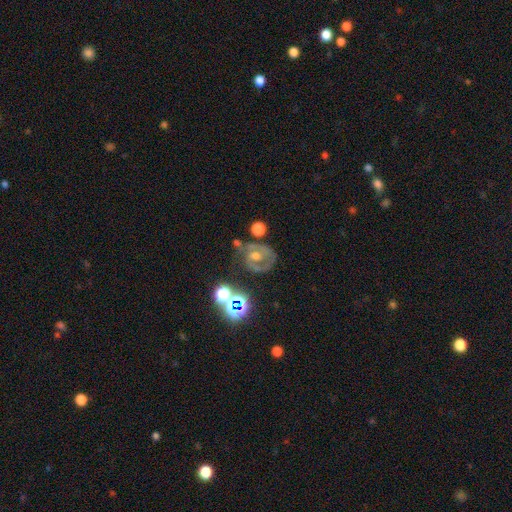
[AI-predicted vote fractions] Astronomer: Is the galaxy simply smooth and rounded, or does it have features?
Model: featured or disk — 66%.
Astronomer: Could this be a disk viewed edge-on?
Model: no — 96%.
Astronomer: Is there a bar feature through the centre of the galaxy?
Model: no — 50% (runner-up: weak, 35%).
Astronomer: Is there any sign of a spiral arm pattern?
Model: yes — 67%.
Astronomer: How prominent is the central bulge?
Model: moderate — 56% (runner-up: small, 32%).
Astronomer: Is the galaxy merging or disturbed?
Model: none — 56%.